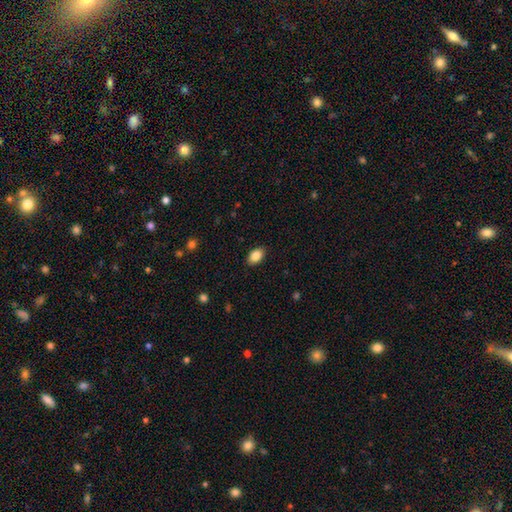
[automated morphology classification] Smooth or featured? smooth (87%)
How rounded? in between (90%)
Merging? none (88%)